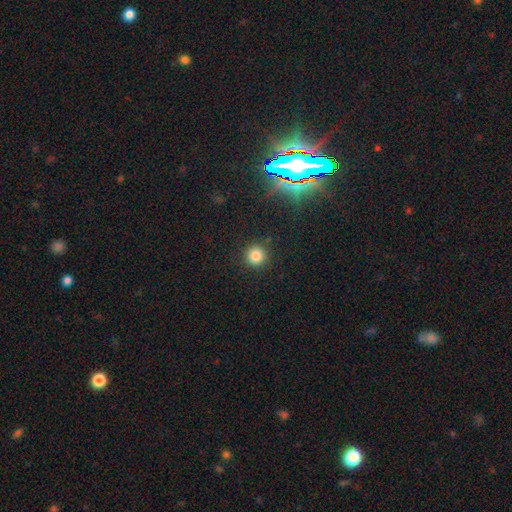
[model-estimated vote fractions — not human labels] Smooth or featured?
  - smooth: 83% *
  - star or artifact: 13%
  - featured or disk: 5%
How rounded?
  - round: 95% *
  - in between: 4%
  - cigar-shaped: 1%
Merging?
  - none: 90% *
  - minor disturbance: 6%
  - major disturbance: 2%
  - merger: 2%